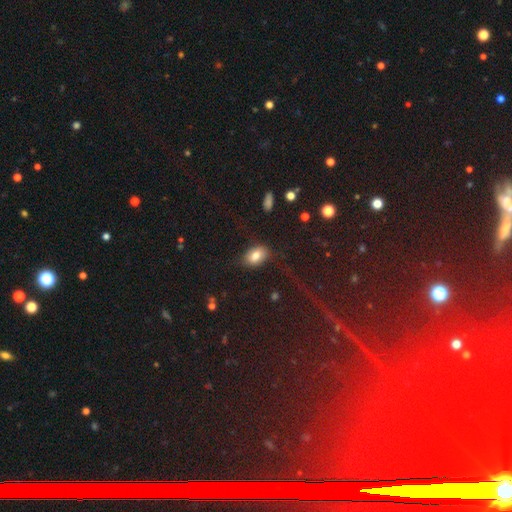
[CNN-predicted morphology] Smooth or featured? smooth (79%)
How rounded? in between (86%)
Merging? none (74%)